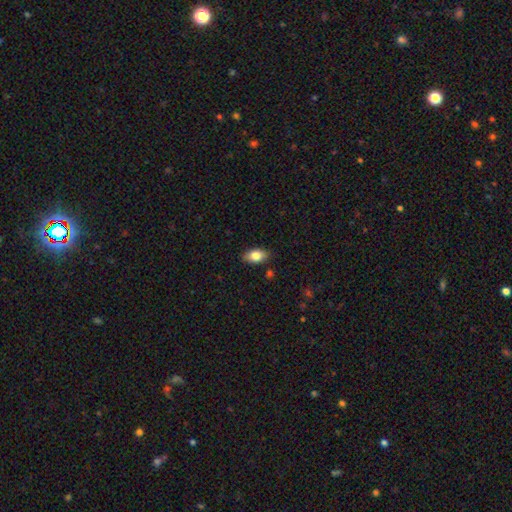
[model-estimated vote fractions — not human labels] This is clearly a smooth galaxy (82%). How rounded: clearly in between (90%). Merging: clearly none (85%).